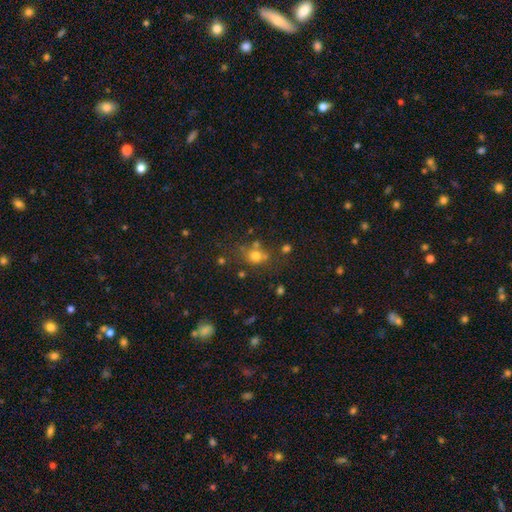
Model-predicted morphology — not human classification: smooth-or-featured: smooth: 70% | star or artifact: 18% | featured or disk: 12%
  how-rounded: round: 64% | in between: 35% | cigar-shaped: 2%
  merging: none: 59% | merger: 18% | minor disturbance: 16% | major disturbance: 7%